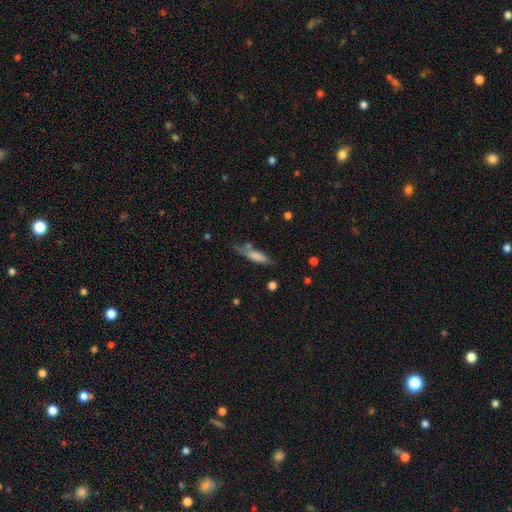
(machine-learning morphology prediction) Smooth or featured? Predicted: smooth (p=0.76). How rounded? Predicted: cigar-shaped (p=0.57). Merging? Predicted: none (p=0.53).